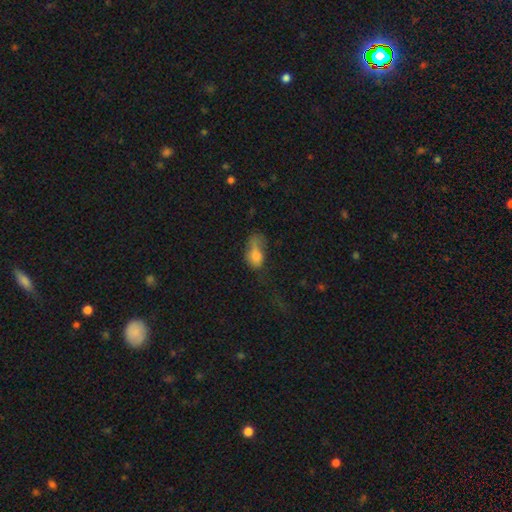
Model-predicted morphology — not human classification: Overall: smooth (70%). How rounded: in between (83%). Merging: major disturbance (48%; minor disturbance 24%).